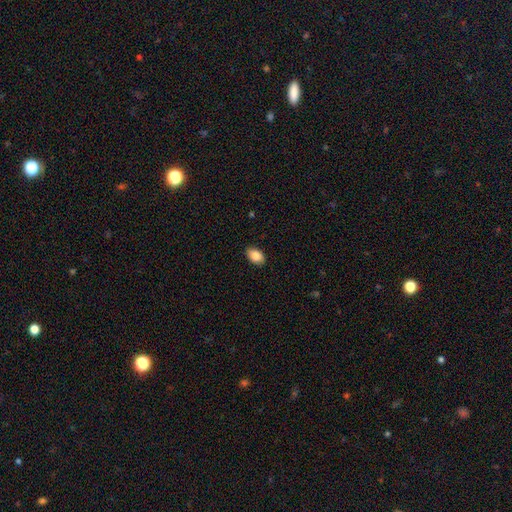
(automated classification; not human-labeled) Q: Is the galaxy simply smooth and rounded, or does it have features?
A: smooth — 88%.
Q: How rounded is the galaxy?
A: in between — 89%.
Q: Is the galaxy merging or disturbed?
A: none — 86%.